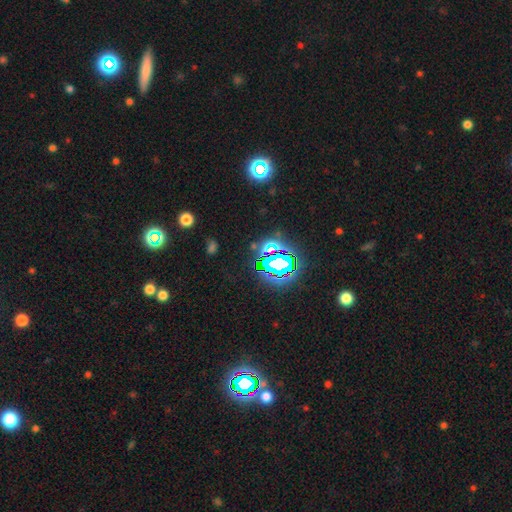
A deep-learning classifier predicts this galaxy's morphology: A star or artifact, not a galaxy (79%).